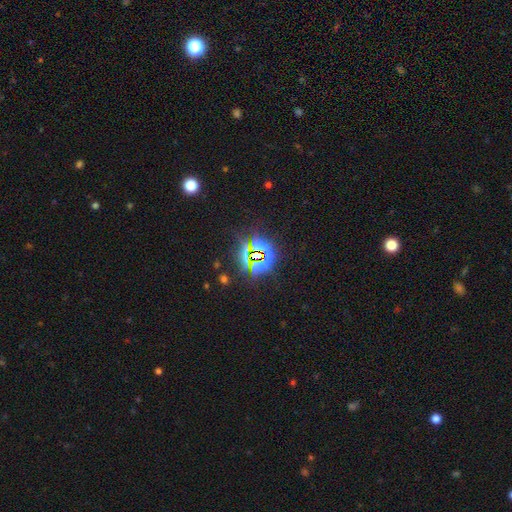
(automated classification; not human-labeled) star or artifact 80%, smooth 12%, featured or disk 8%.